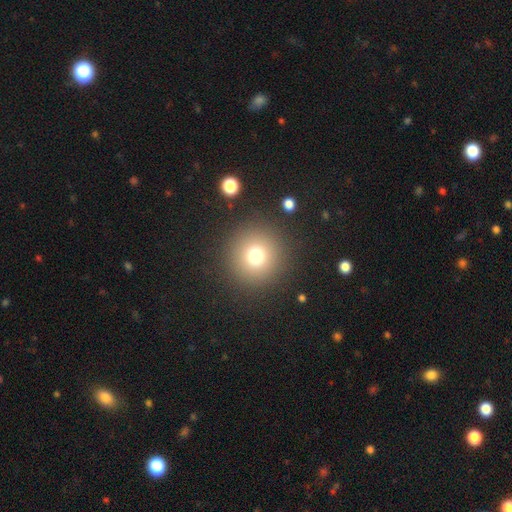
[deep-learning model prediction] smooth 74%, star or artifact 16%, featured or disk 10%. Down the decision tree: how rounded — round (96%); merging — none (89%).